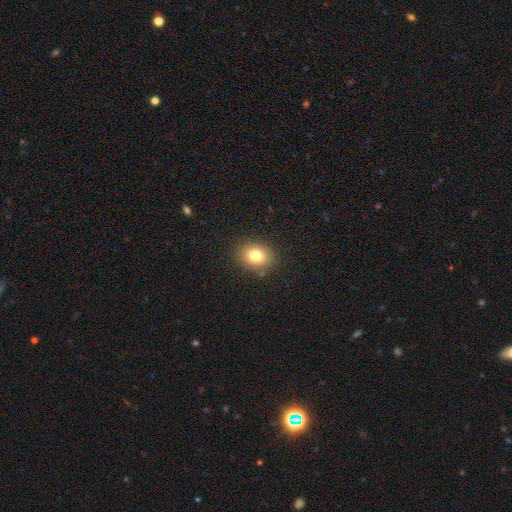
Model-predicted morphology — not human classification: A smooth galaxy with no disk features (79%) that is round (53%).

Vote fractions:
- Smooth or featured? smooth: 79% / star or artifact: 12% / featured or disk: 9%
- How rounded? round: 53% / in between: 46% / cigar-shaped: 1%
- Merging? none: 87% / minor disturbance: 9% / major disturbance: 3% / merger: 1%